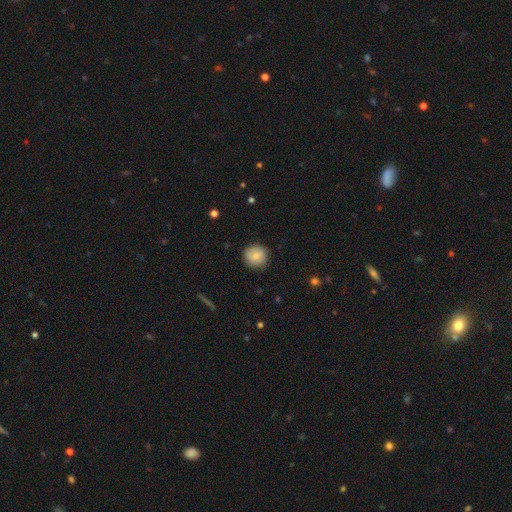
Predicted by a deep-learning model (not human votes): Smooth or featured? Predicted: smooth (p=0.76). How rounded? Predicted: round (p=0.92). Merging? Predicted: none (p=0.84).